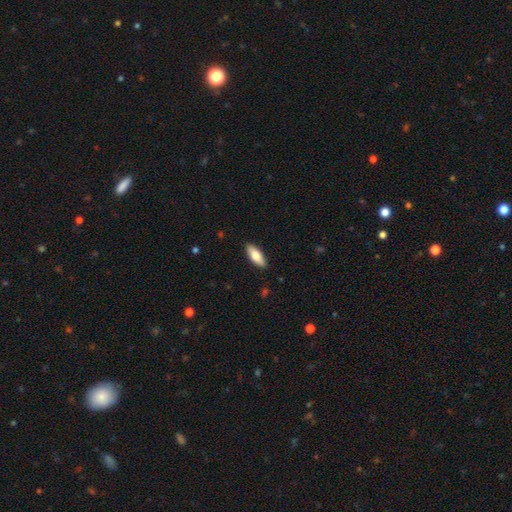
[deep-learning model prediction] A smooth galaxy with no disk features (76%) that is in between round and cigar-shaped (73%). Merging: none (89%).